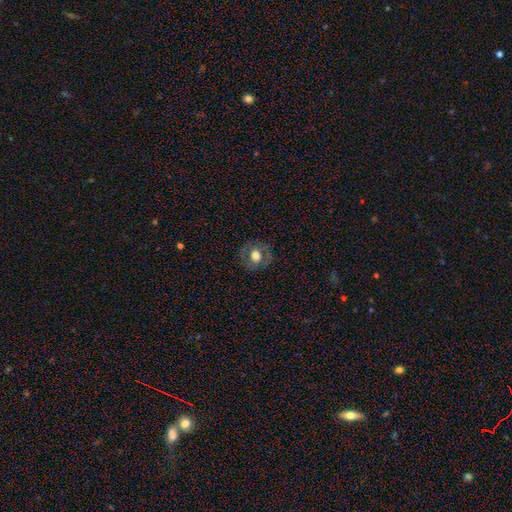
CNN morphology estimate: smooth_or_featured: smooth (p=0.56) [alt: featured or disk p=0.34]
how_rounded: round (p=0.79) [alt: in between p=0.20]
merging: none (p=0.81) [alt: minor disturbance p=0.12]